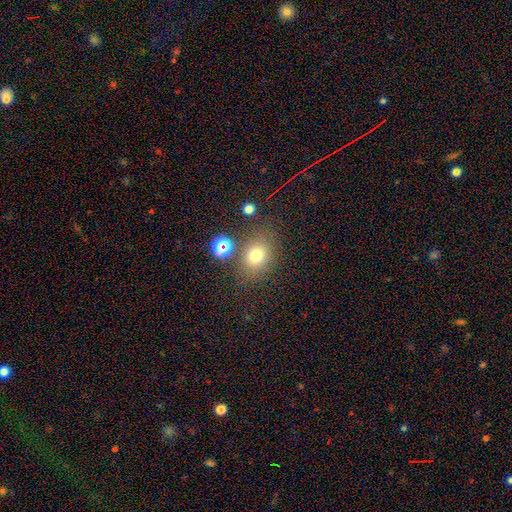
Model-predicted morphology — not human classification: Smooth or featured? smooth (73%)
How rounded? round (55%)
Merging? none (76%)